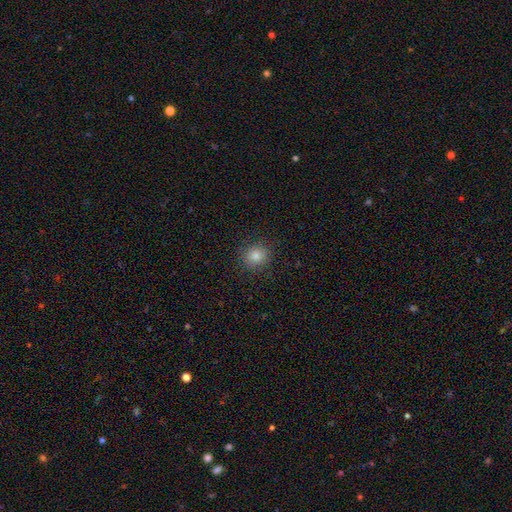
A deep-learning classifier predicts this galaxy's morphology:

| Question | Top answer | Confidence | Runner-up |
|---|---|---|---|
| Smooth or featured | smooth | 82% | star or artifact (13%) |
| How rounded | round | 86% | in between (13%) |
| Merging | none | 90% | minor disturbance (7%) |